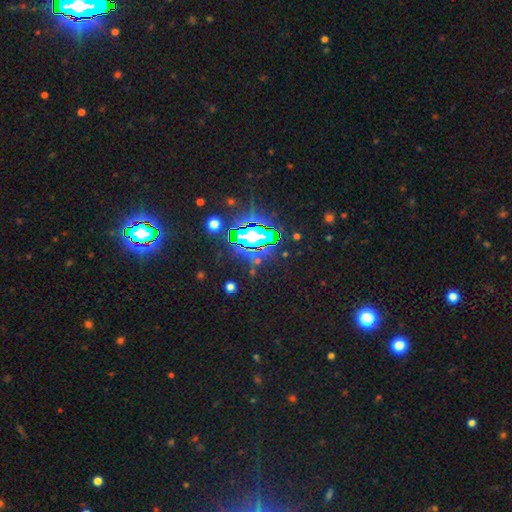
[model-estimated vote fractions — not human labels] Smooth or featured?
  - star or artifact: 78% *
  - smooth: 12%
  - featured or disk: 10%